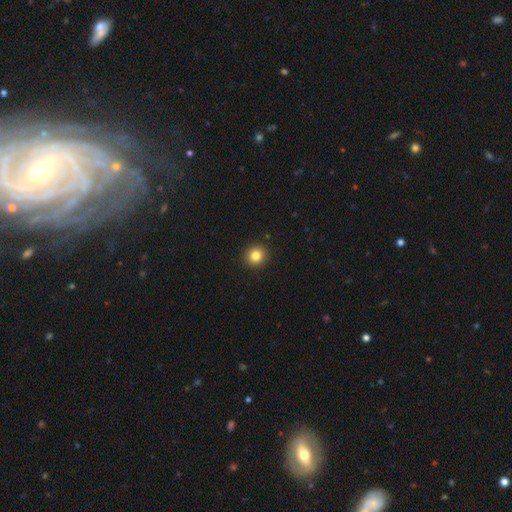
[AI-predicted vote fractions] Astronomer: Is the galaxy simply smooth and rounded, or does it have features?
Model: smooth — 83%.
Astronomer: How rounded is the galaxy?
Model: round — 92%.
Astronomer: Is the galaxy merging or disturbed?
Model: none — 93%.